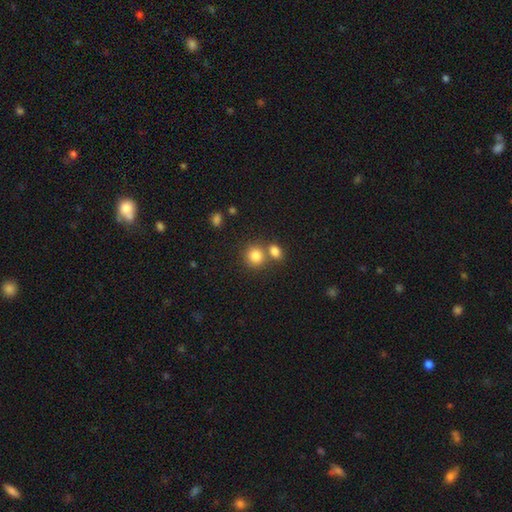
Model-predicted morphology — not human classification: smooth_or_featured: smooth (p=0.82) [alt: star or artifact p=0.10]
how_rounded: round (p=0.81) [alt: in between p=0.18]
merging: none (p=0.54) [alt: merger p=0.34]